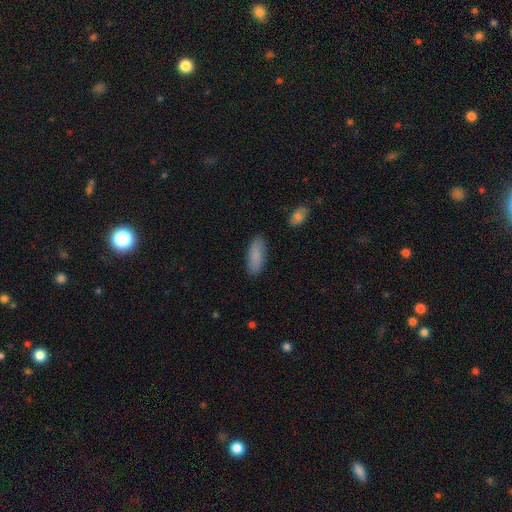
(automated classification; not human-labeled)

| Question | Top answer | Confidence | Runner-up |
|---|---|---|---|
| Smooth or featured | smooth | 86% | featured or disk (8%) |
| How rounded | in between | 75% | cigar-shaped (24%) |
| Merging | none | 84% | minor disturbance (11%) |